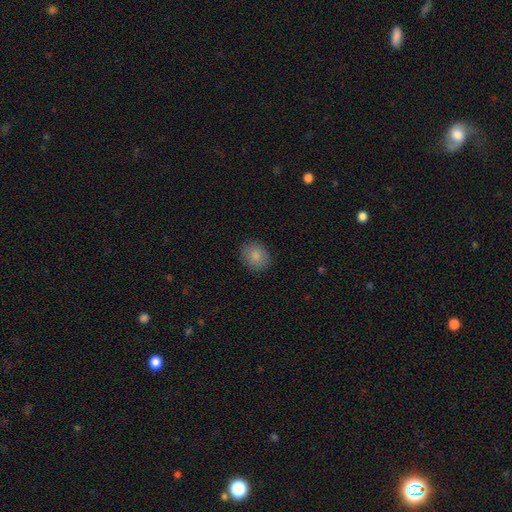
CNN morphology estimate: Smooth or featured?
  - smooth: 85% *
  - star or artifact: 8%
  - featured or disk: 7%
How rounded?
  - round: 70% *
  - in between: 29%
  - cigar-shaped: 1%
Merging?
  - none: 88% *
  - minor disturbance: 9%
  - major disturbance: 2%
  - merger: 1%